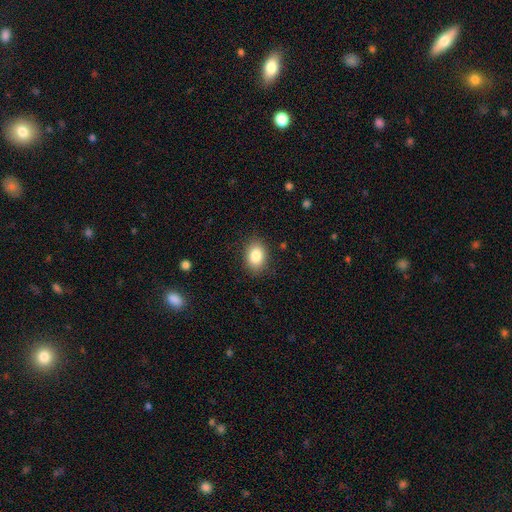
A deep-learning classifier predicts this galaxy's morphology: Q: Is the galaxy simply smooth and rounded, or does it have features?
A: smooth — 85%.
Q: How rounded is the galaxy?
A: in between — 74%.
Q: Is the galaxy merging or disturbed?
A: none — 86%.